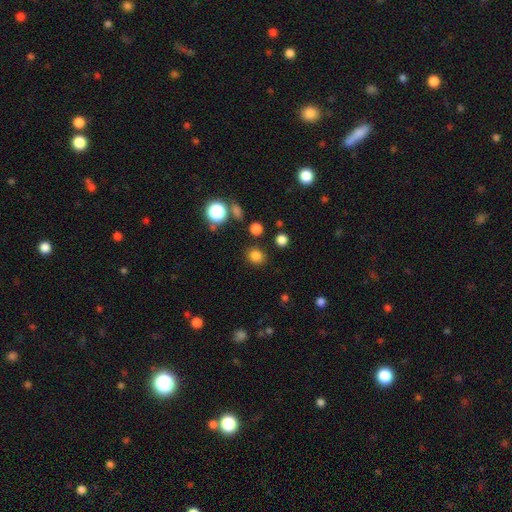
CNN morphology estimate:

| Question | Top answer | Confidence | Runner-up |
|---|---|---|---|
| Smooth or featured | smooth | 81% | star or artifact (15%) |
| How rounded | round | 80% | in between (19%) |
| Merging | none | 86% | minor disturbance (8%) |